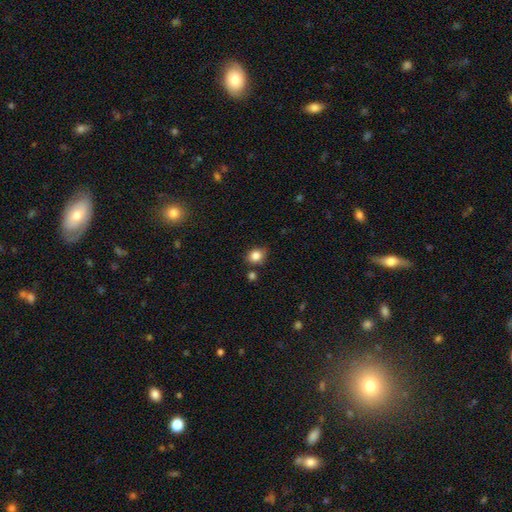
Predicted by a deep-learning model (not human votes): Smooth or featured?
  - smooth: 83% *
  - star or artifact: 11%
  - featured or disk: 6%
How rounded?
  - round: 54% *
  - in between: 45%
  - cigar-shaped: 1%
Merging?
  - none: 71% *
  - minor disturbance: 19%
  - merger: 7%
  - major disturbance: 4%